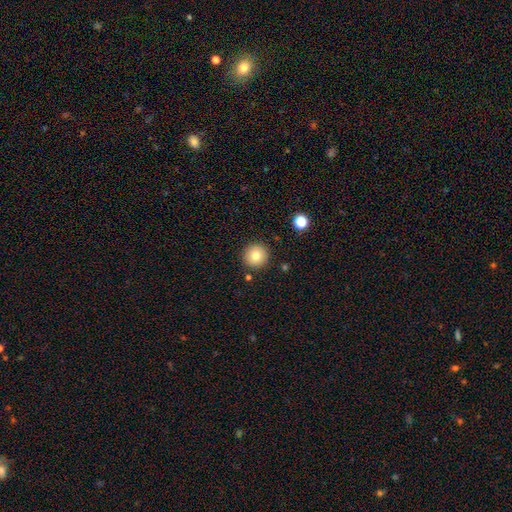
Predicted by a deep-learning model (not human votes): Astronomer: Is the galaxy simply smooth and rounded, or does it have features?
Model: smooth — 79%.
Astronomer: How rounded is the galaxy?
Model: round — 95%.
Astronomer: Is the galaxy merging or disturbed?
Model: none — 90%.